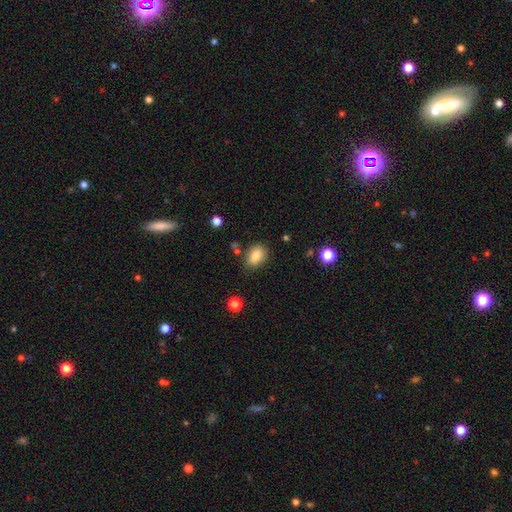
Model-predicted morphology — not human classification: Smooth or featured?
  - smooth: 84% *
  - star or artifact: 9%
  - featured or disk: 7%
How rounded?
  - in between: 82% *
  - round: 16%
  - cigar-shaped: 2%
Merging?
  - none: 76% *
  - minor disturbance: 16%
  - merger: 4%
  - major disturbance: 4%